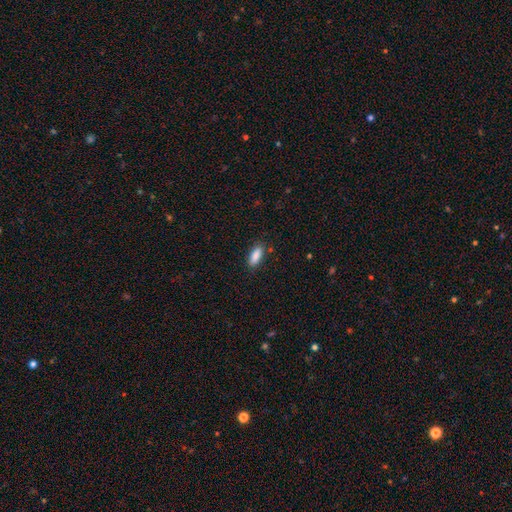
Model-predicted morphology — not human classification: Smooth or featured? Predicted: smooth (p=0.88). How rounded? Predicted: in between (p=0.74). Merging? Predicted: none (p=0.86).